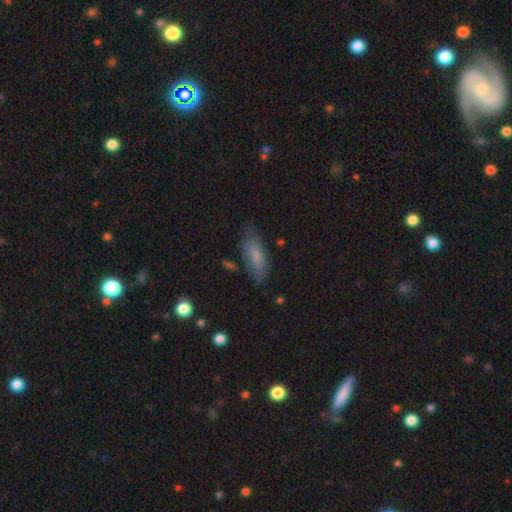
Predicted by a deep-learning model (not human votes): This is likely a smooth galaxy (69%). How rounded: likely in between (72%). Merging: likely none (66%).